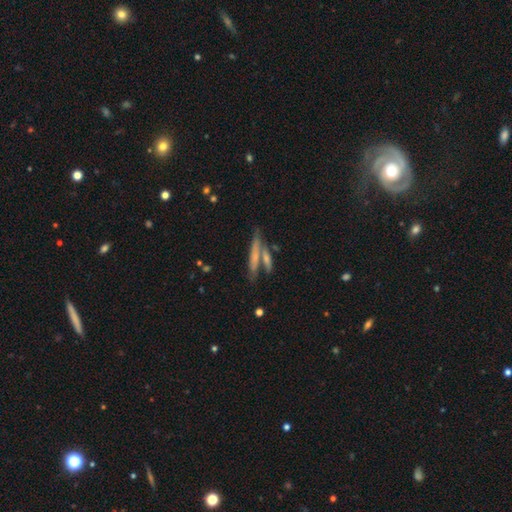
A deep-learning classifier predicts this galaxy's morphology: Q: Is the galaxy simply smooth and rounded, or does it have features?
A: smooth — 50%.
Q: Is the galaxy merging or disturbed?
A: none — 56%.